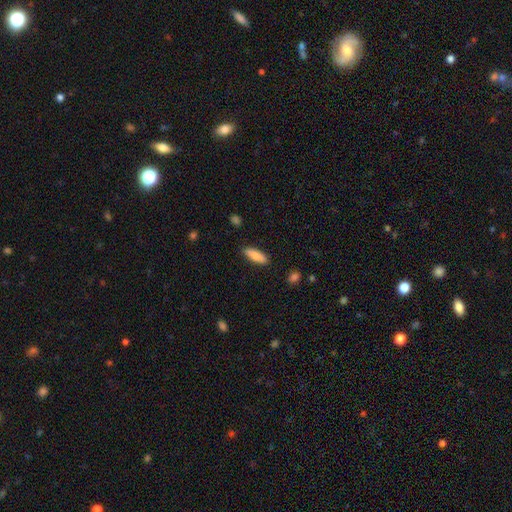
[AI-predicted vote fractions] A smooth galaxy with no disk features (84%) that is in between round and cigar-shaped (51%). Merging: none (88%).